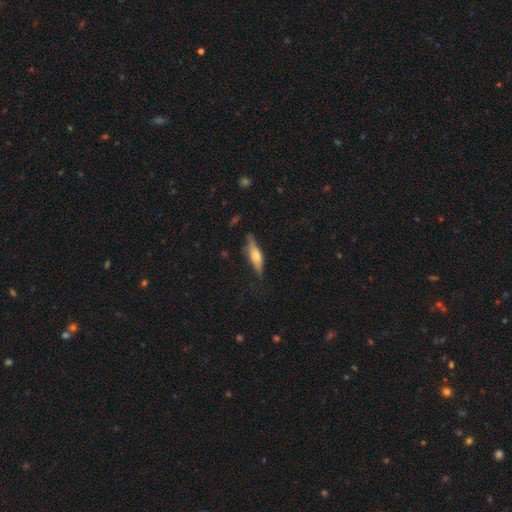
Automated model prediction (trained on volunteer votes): Smooth or featured? Predicted: smooth (p=0.53). How rounded? Predicted: cigar-shaped (p=0.65). Merging? Predicted: none (p=0.72).